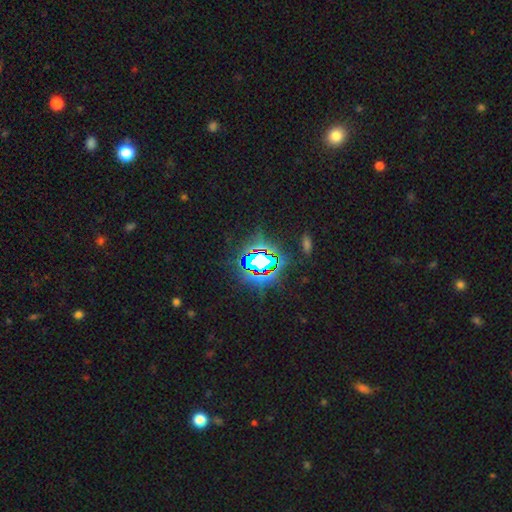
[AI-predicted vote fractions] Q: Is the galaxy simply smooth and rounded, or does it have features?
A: star or artifact — 76%.